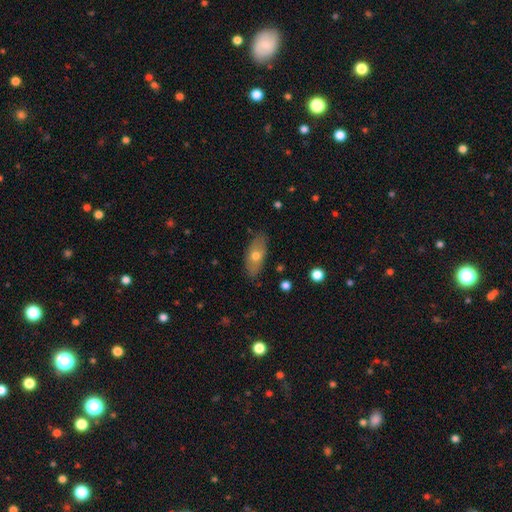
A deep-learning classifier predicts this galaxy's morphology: Smooth or featured?
  - smooth: 62% *
  - featured or disk: 31%
  - star or artifact: 7%
How rounded?
  - in between: 84% *
  - cigar-shaped: 11%
  - round: 4%
Merging?
  - none: 84% *
  - minor disturbance: 12%
  - major disturbance: 3%
  - merger: 1%